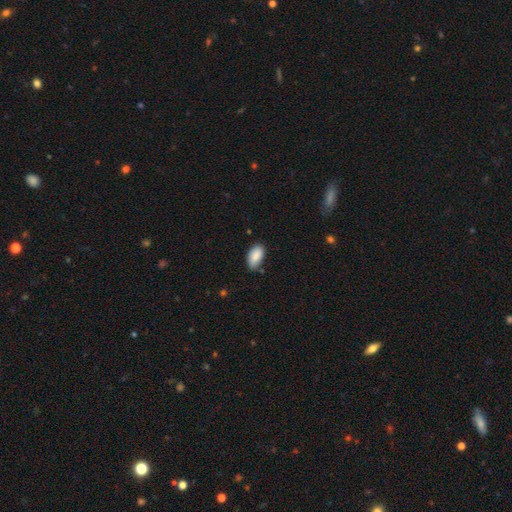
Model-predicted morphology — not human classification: This is clearly a smooth galaxy (88%). How rounded: clearly in between (94%). Merging: likely none (71%).